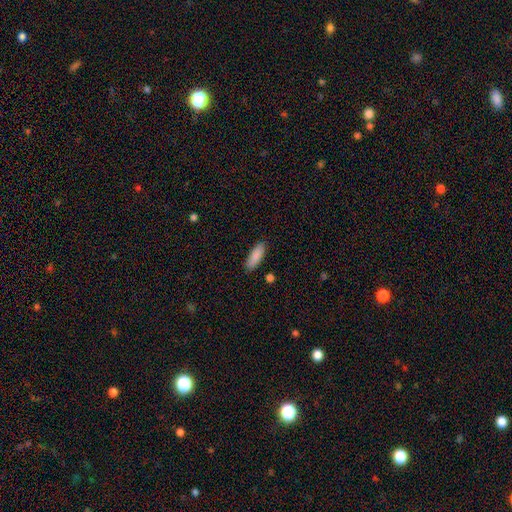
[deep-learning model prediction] Smooth or featured: smooth — 88% (star or artifact — 6%)
How rounded: in between — 62% (cigar-shaped — 36%)
Merging: none — 87% (minor disturbance — 9%)